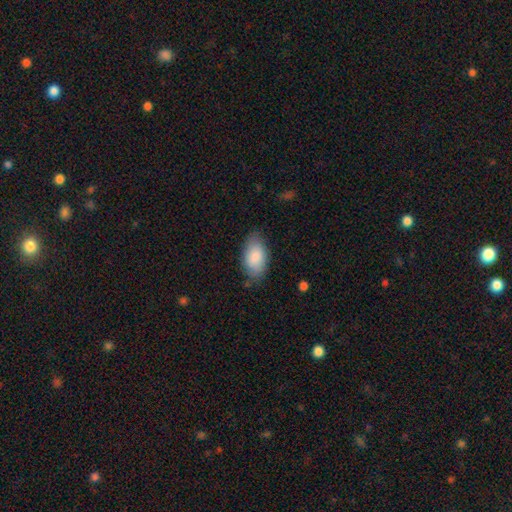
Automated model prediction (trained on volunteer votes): Smooth or featured?
  - smooth: 85% *
  - featured or disk: 9%
  - star or artifact: 6%
How rounded?
  - in between: 94% *
  - round: 4%
  - cigar-shaped: 2%
Merging?
  - none: 76% *
  - minor disturbance: 18%
  - major disturbance: 4%
  - merger: 1%